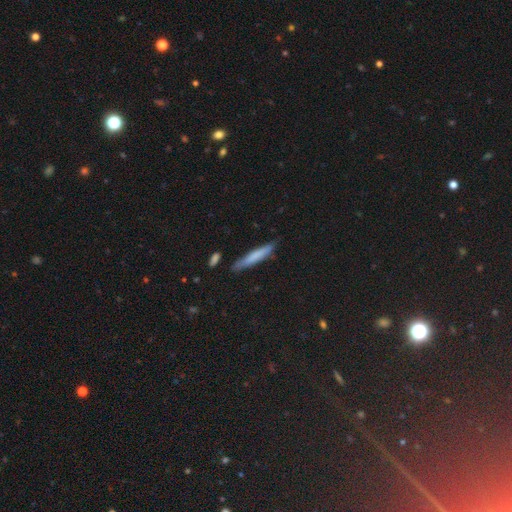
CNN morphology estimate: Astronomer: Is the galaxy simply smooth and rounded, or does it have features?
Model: smooth — 70%.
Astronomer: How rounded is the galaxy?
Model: cigar-shaped — 93%.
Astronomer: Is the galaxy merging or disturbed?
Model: none — 81%.